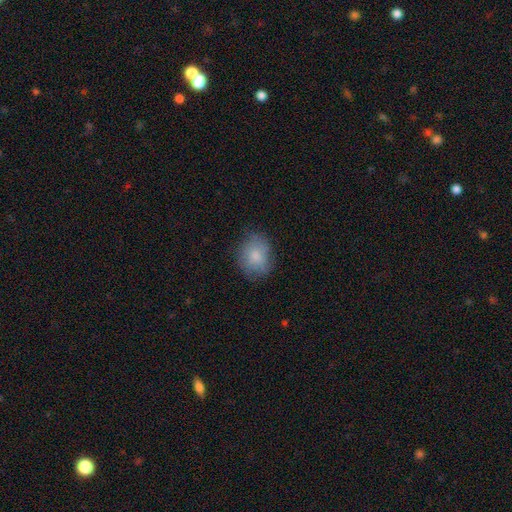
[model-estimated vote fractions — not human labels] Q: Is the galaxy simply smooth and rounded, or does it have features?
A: smooth — 77%.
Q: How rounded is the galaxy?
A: round — 53%.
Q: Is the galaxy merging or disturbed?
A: none — 70%.